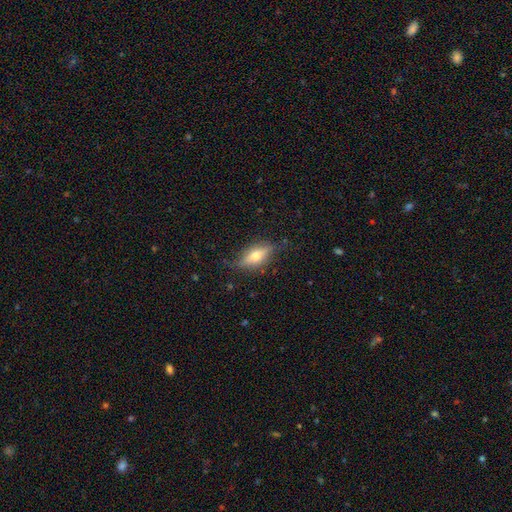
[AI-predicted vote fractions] Smooth or featured? Predicted: featured or disk (p=0.54). Edge-on disk? Predicted: yes (p=0.87). Merging? Predicted: none (p=0.78).